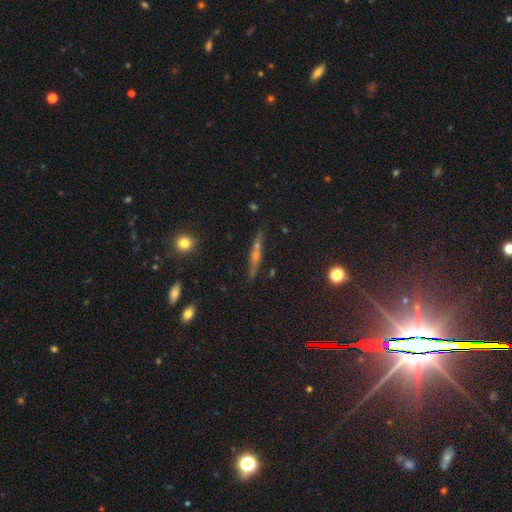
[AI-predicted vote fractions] smooth-or-featured: featured or disk: 54% | smooth: 27% | star or artifact: 18%
  disk-edge-on: yes: 87% | no: 13%
  merging: none: 75% | minor disturbance: 14% | merger: 7% | major disturbance: 4%